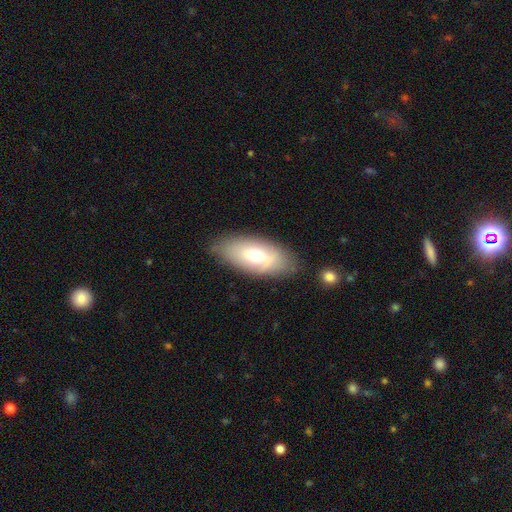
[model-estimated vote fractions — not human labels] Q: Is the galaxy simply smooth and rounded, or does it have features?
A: smooth — 57%.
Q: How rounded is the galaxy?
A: in between — 90%.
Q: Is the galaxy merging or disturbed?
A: none — 78%.